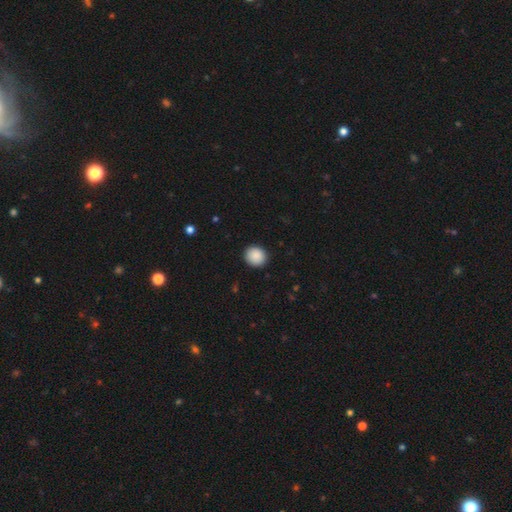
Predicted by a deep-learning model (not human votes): smooth-or-featured: smooth: 90% | star or artifact: 8% | featured or disk: 3%
  how-rounded: round: 85% | in between: 14% | cigar-shaped: 1%
  merging: none: 92% | minor disturbance: 6% | major disturbance: 2% | merger: 1%